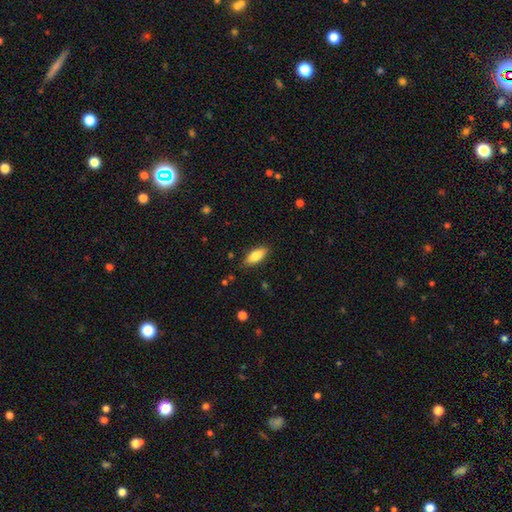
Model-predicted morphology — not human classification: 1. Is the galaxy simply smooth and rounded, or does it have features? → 82% smooth, 12% featured or disk, 6% star or artifact.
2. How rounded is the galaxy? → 79% in between, 19% cigar-shaped, 2% round.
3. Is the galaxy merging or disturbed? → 85% none, 11% minor disturbance, 3% major disturbance, 1% merger.